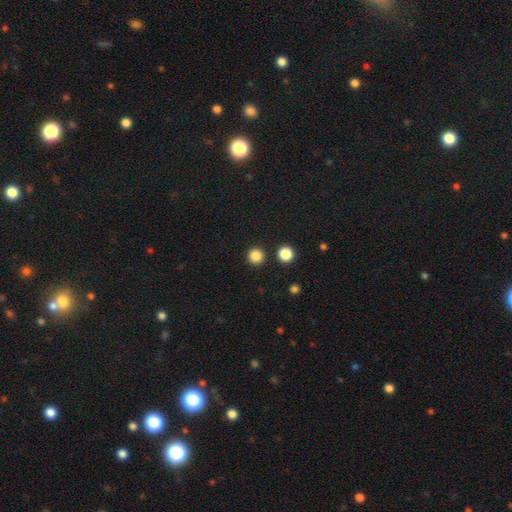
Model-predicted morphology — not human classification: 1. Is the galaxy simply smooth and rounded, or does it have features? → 85% smooth, 12% star or artifact, 3% featured or disk.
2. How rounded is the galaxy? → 95% round, 4% in between, 1% cigar-shaped.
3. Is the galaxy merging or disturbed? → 91% none, 4% minor disturbance, 2% merger, 2% major disturbance.